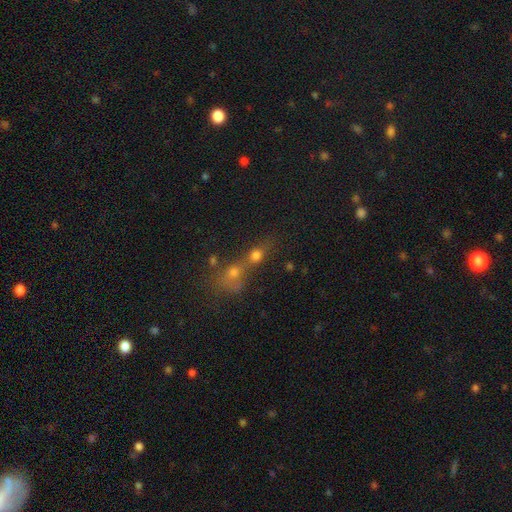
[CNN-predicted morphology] This is likely a smooth galaxy (61%). How rounded: possibly round (60%). Merging: likely merger (68%).